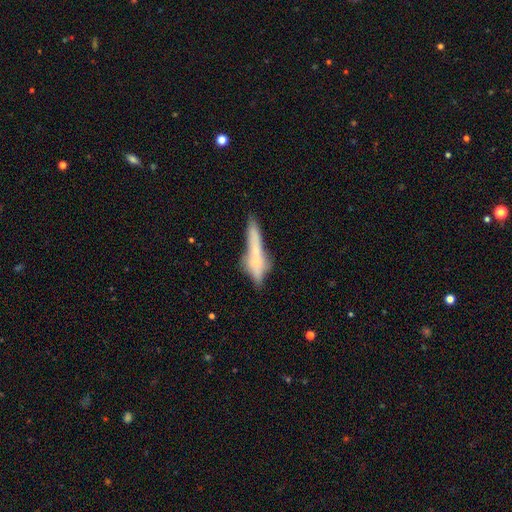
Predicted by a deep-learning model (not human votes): smooth_or_featured: smooth (p=0.48) [alt: featured or disk p=0.43]
merging: none (p=0.44) [alt: minor disturbance p=0.22]